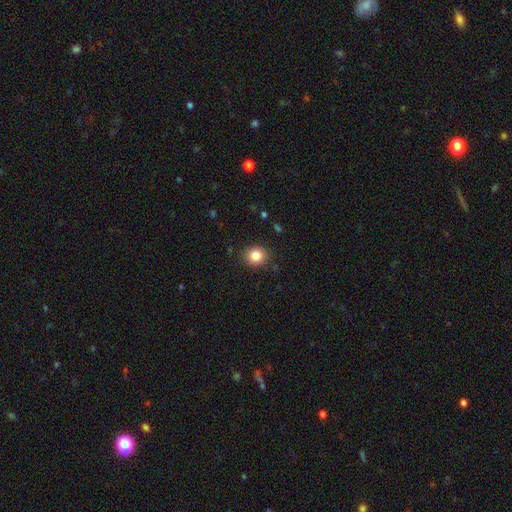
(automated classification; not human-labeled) Smooth or featured: smooth — 84% (star or artifact — 10%)
How rounded: round — 84% (in between — 15%)
Merging: none — 89% (minor disturbance — 8%)